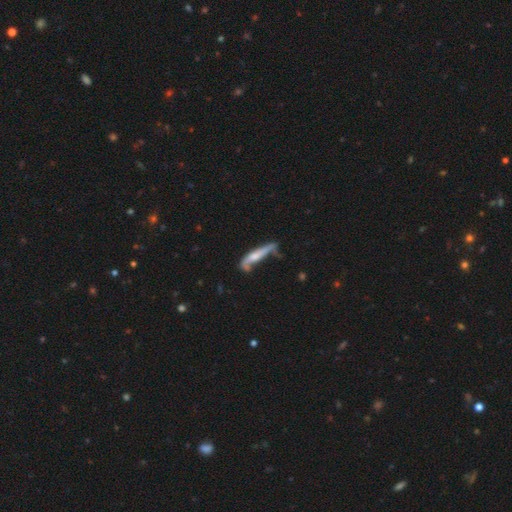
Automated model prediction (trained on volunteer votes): Smooth or featured? smooth (50%)
Merging? none (34%)